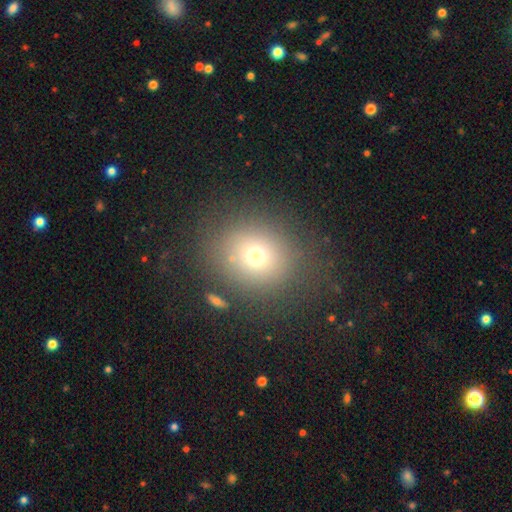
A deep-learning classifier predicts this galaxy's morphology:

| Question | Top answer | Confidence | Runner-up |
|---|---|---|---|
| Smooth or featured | smooth | 69% | star or artifact (18%) |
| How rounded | round | 77% | in between (22%) |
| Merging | none | 78% | minor disturbance (11%) |